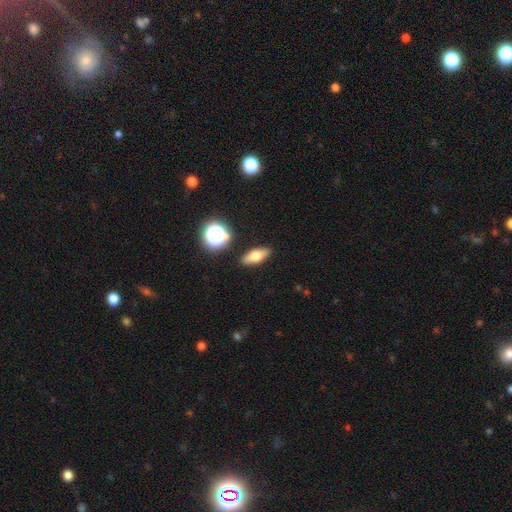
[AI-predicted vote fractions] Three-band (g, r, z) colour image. It shows a smooth galaxy with no disk features (59%) that is in between round and cigar-shaped (65%). Merging: none (87%).